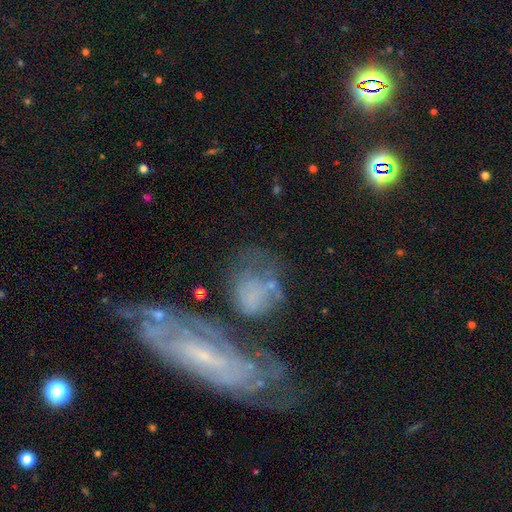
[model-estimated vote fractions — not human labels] Morphology: type=featured or disk (63%); edge-on=no (80%); merging=none (63%).